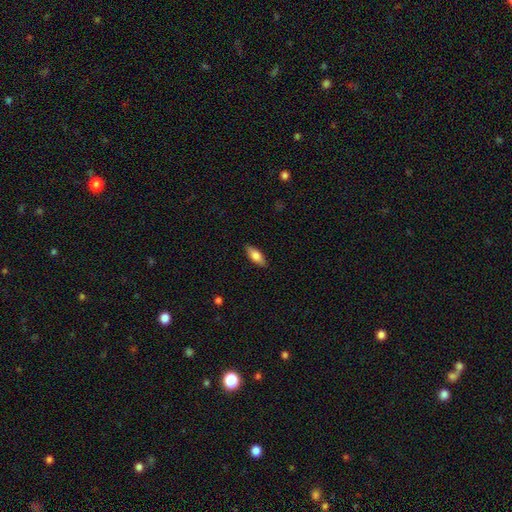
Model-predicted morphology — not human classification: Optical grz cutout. It shows a smooth galaxy with no disk features (74%) that is in between round and cigar-shaped (74%). Merging: none (87%).